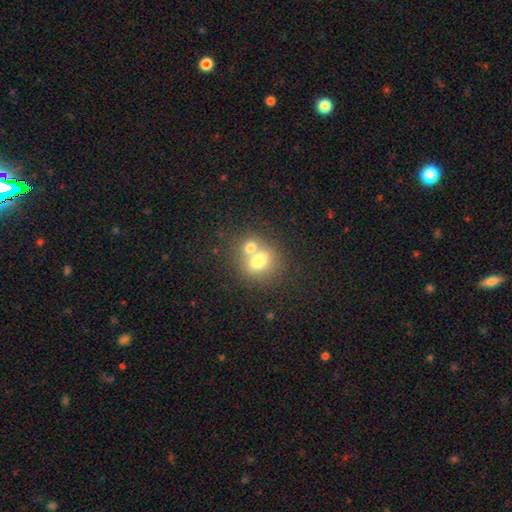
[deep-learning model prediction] Morphology: type=smooth (70%); roundness=round (64%); merging=merger (53%).